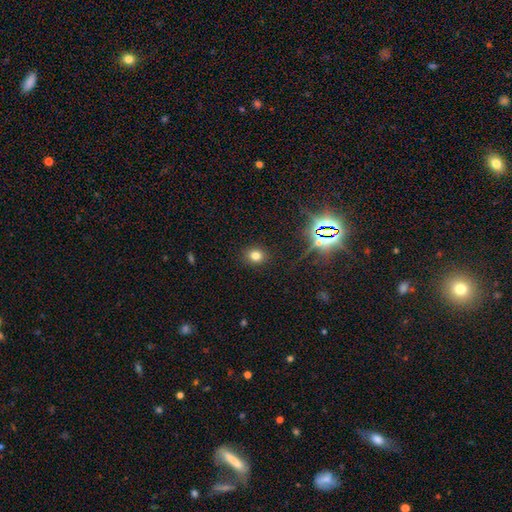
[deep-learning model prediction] Smooth or featured? smooth (75%)
How rounded? round (68%)
Merging? none (89%)